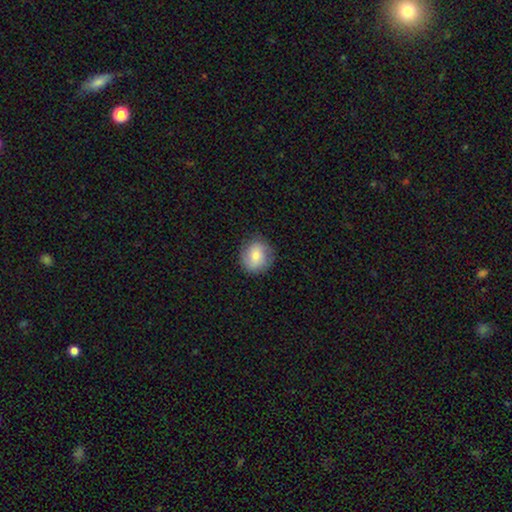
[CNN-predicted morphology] A smooth galaxy with no disk features (72%) that is round (81%). Merging: none (84%).